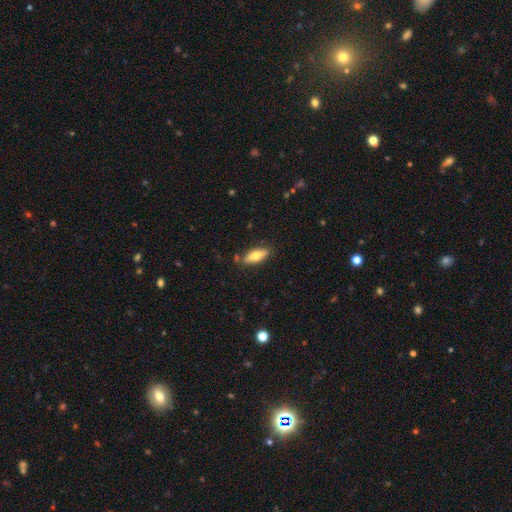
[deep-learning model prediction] This appears to be a smooth galaxy with no disk features (64%) that is in between round and cigar-shaped (65%). Merging: none (81%).